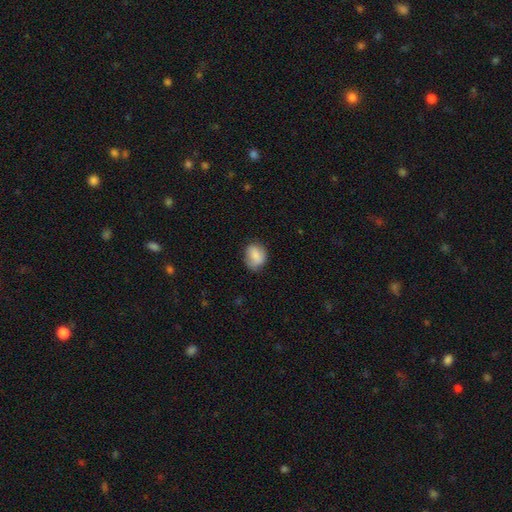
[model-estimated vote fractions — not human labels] Overall: smooth (82%). How rounded: in between (49%, tied with round). Merging: none (70%).